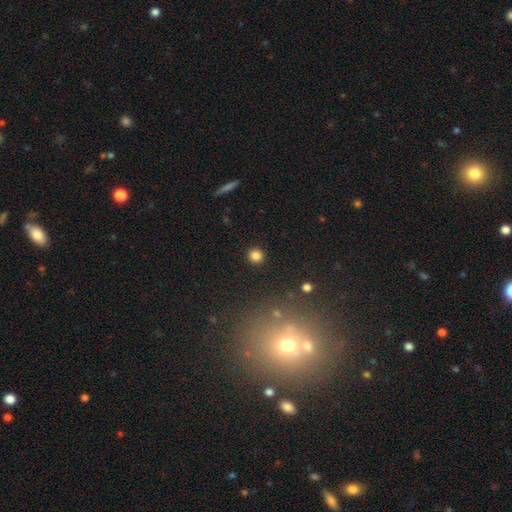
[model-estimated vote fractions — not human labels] Smooth or featured? Predicted: smooth (p=0.83). How rounded? Predicted: round (p=0.93). Merging? Predicted: none (p=0.92).